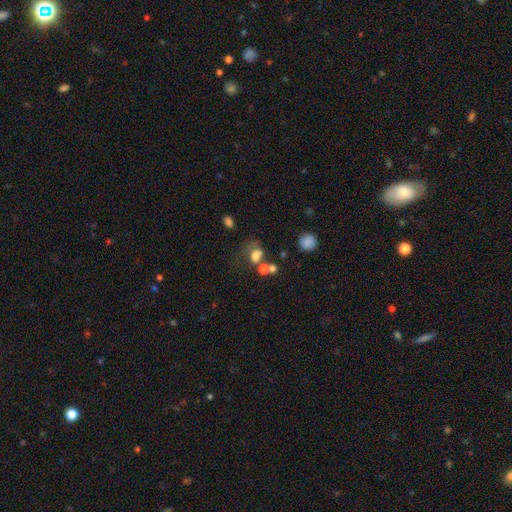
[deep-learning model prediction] Q: Smooth or featured?
A: smooth (69%); runner-up: star or artifact (15%)
Q: How rounded?
A: in between (56%); runner-up: round (42%)
Q: Merging?
A: none (32%); runner-up: merger (31%)